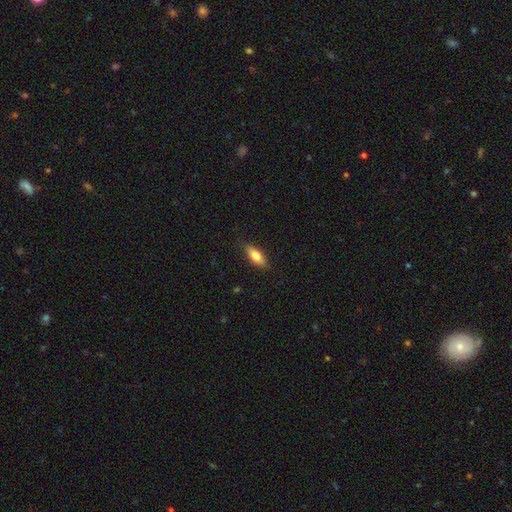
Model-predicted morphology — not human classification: Smooth or featured? Predicted: smooth (p=0.74). How rounded? Predicted: in between (p=0.68). Merging? Predicted: none (p=0.83).